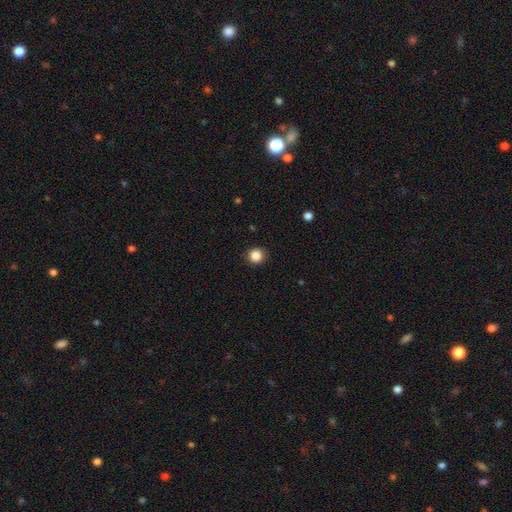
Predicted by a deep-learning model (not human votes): smooth_or_featured: smooth (p=0.85) [alt: star or artifact p=0.11]
how_rounded: round (p=0.88) [alt: in between p=0.11]
merging: none (p=0.89) [alt: minor disturbance p=0.08]